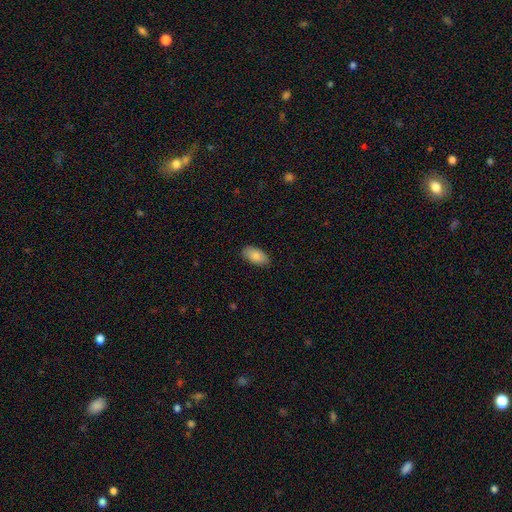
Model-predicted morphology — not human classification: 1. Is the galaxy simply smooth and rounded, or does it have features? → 85% smooth, 9% featured or disk, 6% star or artifact.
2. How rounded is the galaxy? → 95% in between, 3% round, 3% cigar-shaped.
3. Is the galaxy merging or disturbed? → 86% none, 11% minor disturbance, 2% major disturbance, 1% merger.